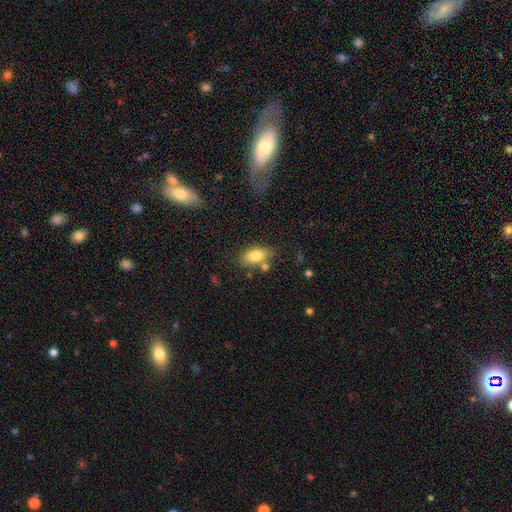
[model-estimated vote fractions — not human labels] The model was most divided on "merging": none: 69%, minor disturbance: 16%, merger: 11%, major disturbance: 4%. More confident: how rounded — in between (88%); smooth or featured — smooth (79%).